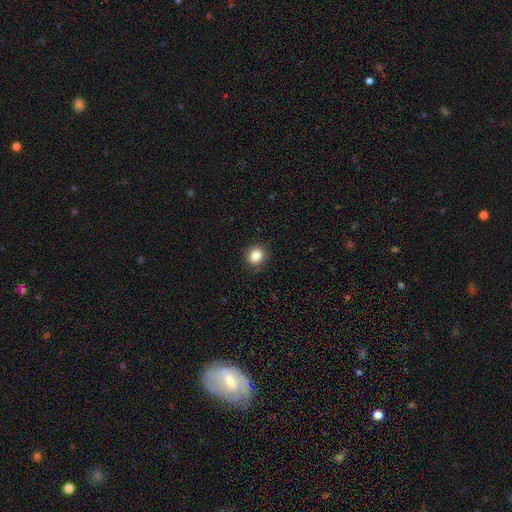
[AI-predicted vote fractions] This is clearly a smooth galaxy (84%). How rounded: clearly round (84%). Merging: clearly none (89%).